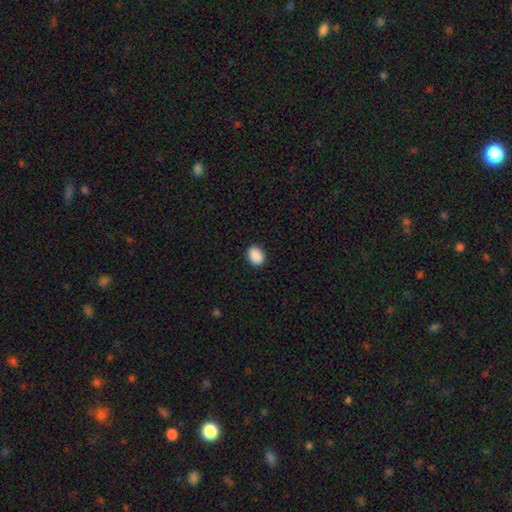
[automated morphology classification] A smooth galaxy with no disk features (90%) that is in between round and cigar-shaped (64%).

Vote fractions:
- Smooth or featured? smooth: 90% / star or artifact: 7% / featured or disk: 2%
- How rounded? in between: 64% / round: 35% / cigar-shaped: 1%
- Merging? none: 90% / minor disturbance: 7% / major disturbance: 2% / merger: 1%